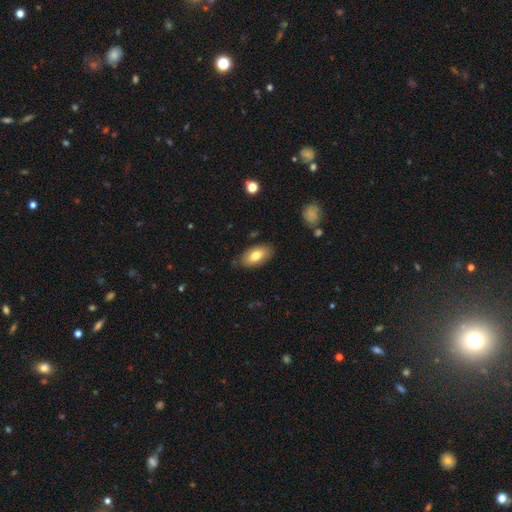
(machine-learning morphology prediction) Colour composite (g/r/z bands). It shows a smooth galaxy with no disk features (76%) that is in between round and cigar-shaped (93%). Merging: none (80%).